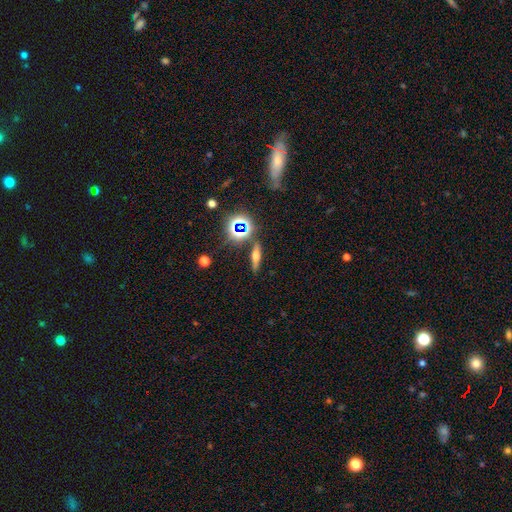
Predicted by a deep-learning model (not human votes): Morphology: type=featured or disk (40%); merging=none (82%).